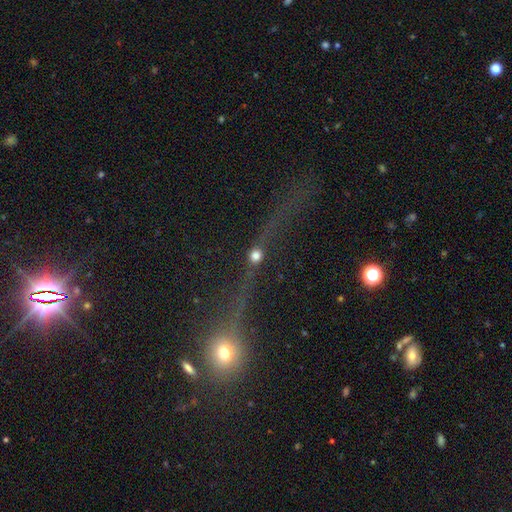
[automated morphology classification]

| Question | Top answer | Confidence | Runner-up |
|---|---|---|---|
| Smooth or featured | smooth | 40% | featured or disk (37%) |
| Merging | none | 56% | major disturbance (18%) |